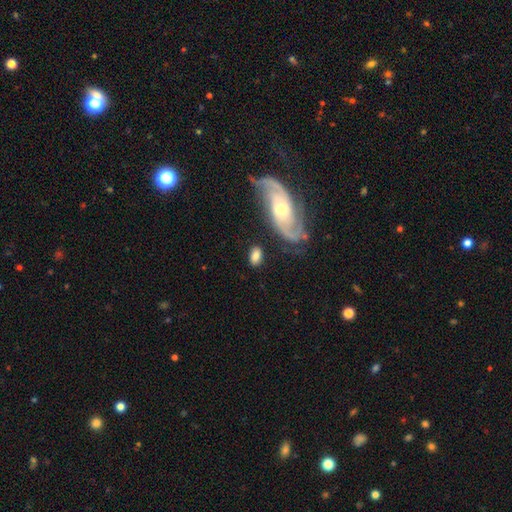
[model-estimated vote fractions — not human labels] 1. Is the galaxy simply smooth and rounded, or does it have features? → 71% smooth, 22% featured or disk, 7% star or artifact.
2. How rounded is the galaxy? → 87% in between, 9% round, 3% cigar-shaped.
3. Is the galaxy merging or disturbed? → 72% none, 15% minor disturbance, 7% merger, 7% major disturbance.